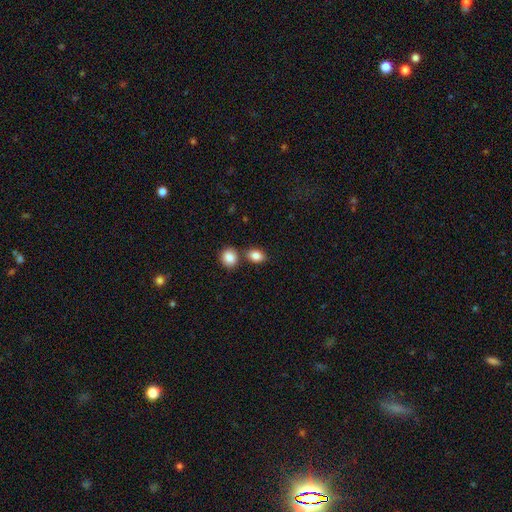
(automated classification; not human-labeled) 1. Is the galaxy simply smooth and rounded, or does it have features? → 86% smooth, 9% star or artifact, 5% featured or disk.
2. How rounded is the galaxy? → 71% in between, 28% round, 2% cigar-shaped.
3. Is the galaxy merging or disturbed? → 65% none, 21% merger, 10% minor disturbance, 3% major disturbance.